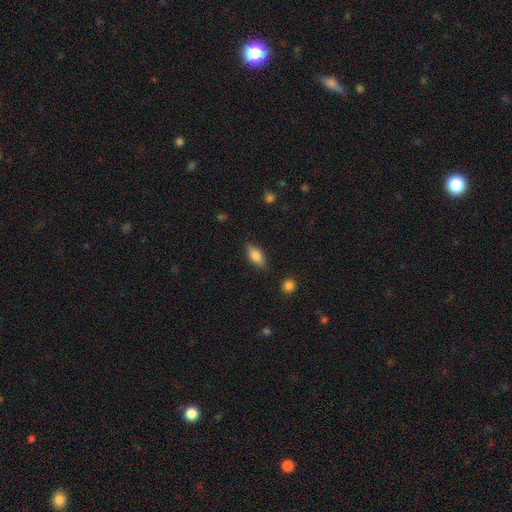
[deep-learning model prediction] Smooth or featured?
  - smooth: 73% *
  - featured or disk: 20%
  - star or artifact: 7%
How rounded?
  - in between: 80% *
  - cigar-shaped: 16%
  - round: 4%
Merging?
  - none: 83% *
  - minor disturbance: 12%
  - major disturbance: 3%
  - merger: 1%